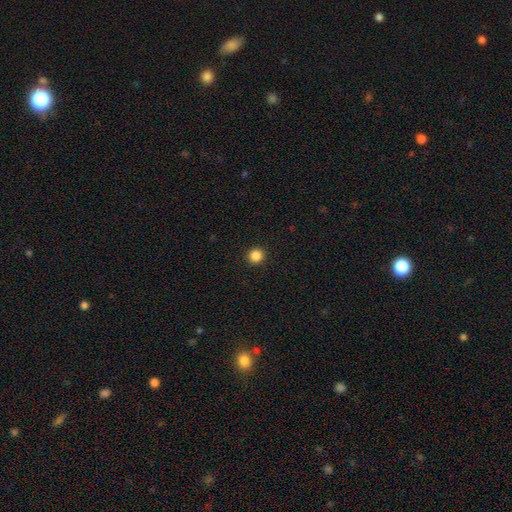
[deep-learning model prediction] This is clearly a smooth galaxy (86%). How rounded: clearly round (94%). Merging: clearly none (94%).